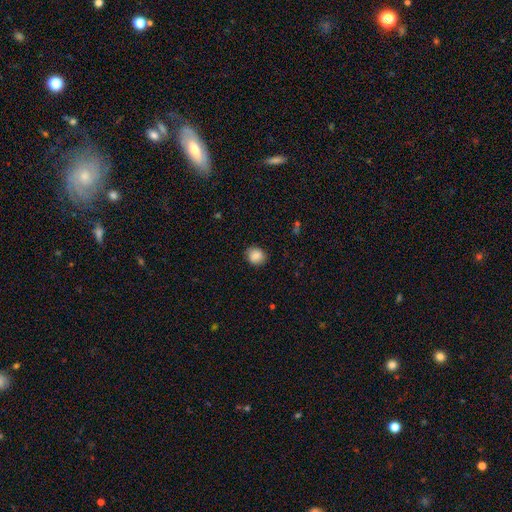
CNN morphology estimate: smooth_or_featured: smooth (p=0.87) [alt: star or artifact p=0.08]
how_rounded: round (p=0.74) [alt: in between p=0.25]
merging: none (p=0.87) [alt: minor disturbance p=0.10]